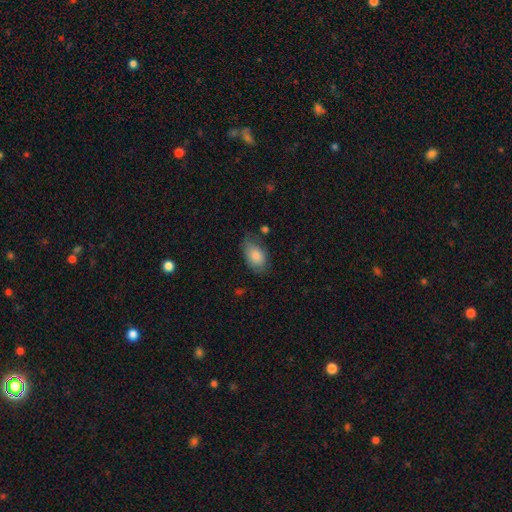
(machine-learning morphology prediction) The model was most divided on "merging": none: 59%, minor disturbance: 30%, major disturbance: 9%, merger: 3%. More confident: how rounded — in between (91%); smooth or featured — smooth (84%).